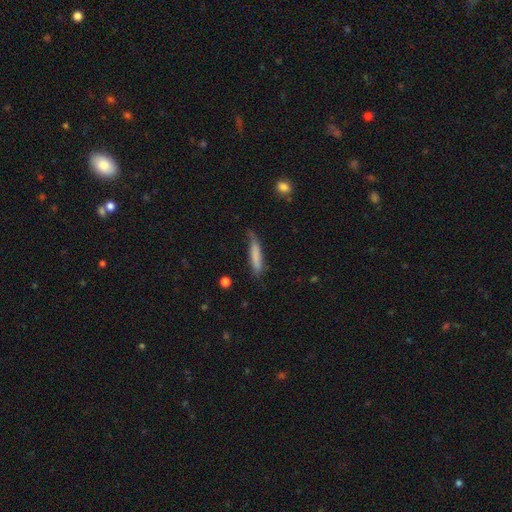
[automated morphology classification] smooth 75%, featured or disk 19%, star or artifact 6%. Down the decision tree: how rounded — cigar-shaped (87%); merging — none (54%).